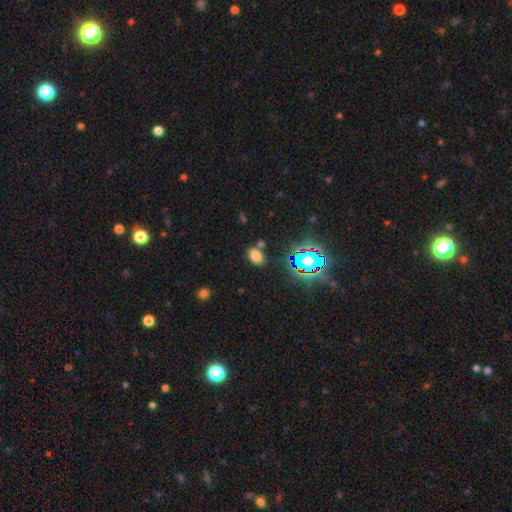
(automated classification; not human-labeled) Smooth or featured: smooth — 70% (star or artifact — 22%)
How rounded: in between — 80% (round — 18%)
Merging: none — 75% (minor disturbance — 12%)